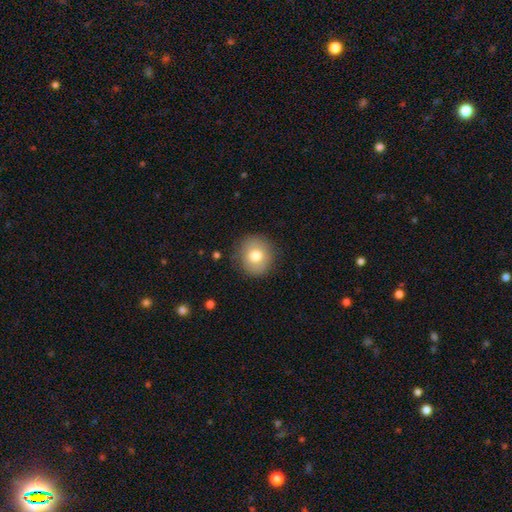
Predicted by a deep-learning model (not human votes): smooth_or_featured: smooth (p=0.78) [alt: featured or disk p=0.13]
how_rounded: round (p=0.87) [alt: in between p=0.12]
merging: none (p=0.87) [alt: minor disturbance p=0.09]